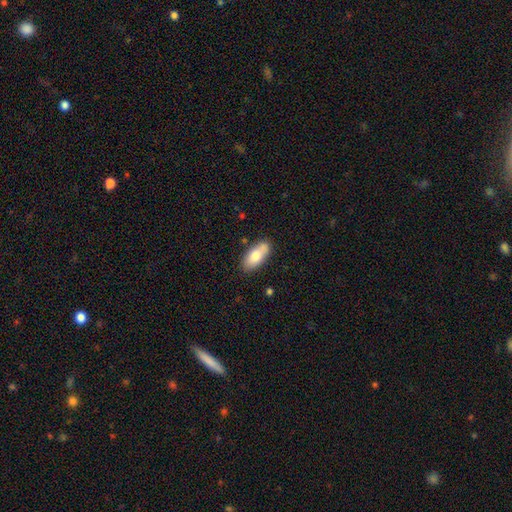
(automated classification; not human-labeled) The model was most divided on "smooth or featured": smooth: 75%, featured or disk: 18%, star or artifact: 6%. More confident: how rounded — in between (86%); merging — none (74%).